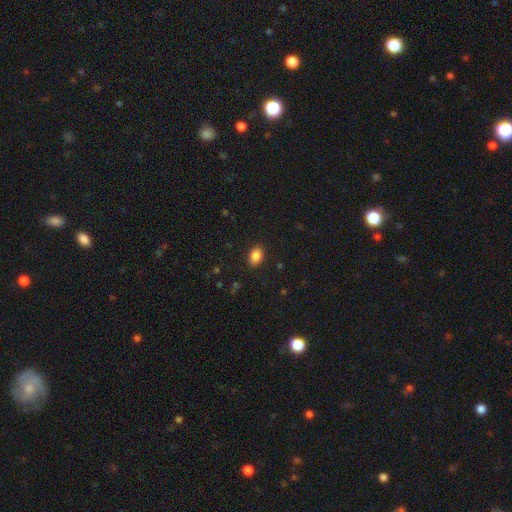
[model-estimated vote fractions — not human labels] Smooth or featured? smooth (86%)
How rounded? in between (81%)
Merging? none (88%)